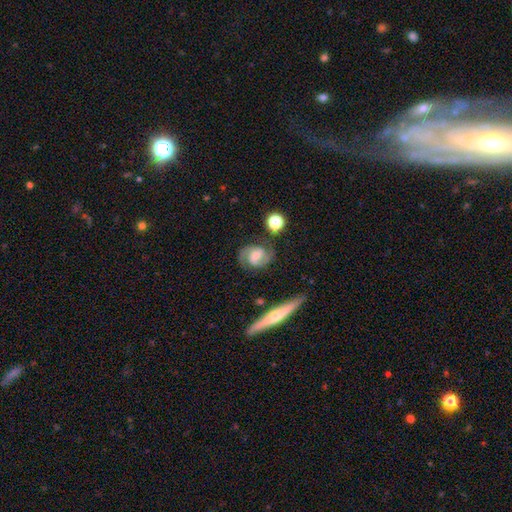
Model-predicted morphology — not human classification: Q: Smooth or featured?
A: featured or disk (80%); runner-up: smooth (13%)
Q: Edge-on disk?
A: no (96%); runner-up: yes (4%)
Q: Bar?
A: weak (47%); runner-up: no (34%)
Q: Spiral arms?
A: yes (96%); runner-up: no (4%)
Q: Spiral winding?
A: medium (55%); runner-up: tight (28%)
Q: Spiral arm count?
A: 2 (92%); runner-up: can't tell (4%)
Q: Bulge size?
A: moderate (41%); runner-up: small (33%)
Q: Merging?
A: none (78%); runner-up: minor disturbance (14%)